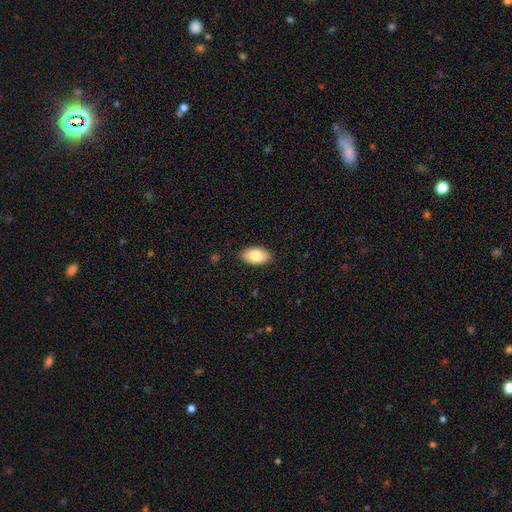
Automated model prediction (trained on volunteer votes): A smooth galaxy with no disk features (83%) that is in between round and cigar-shaped (95%).

Vote fractions:
- Smooth or featured? smooth: 83% / featured or disk: 11% / star or artifact: 6%
- How rounded? in between: 95% / round: 4% / cigar-shaped: 2%
- Merging? none: 87% / minor disturbance: 10% / major disturbance: 2% / merger: 1%